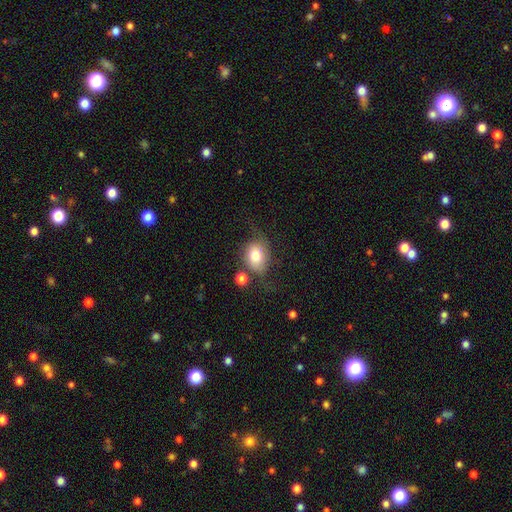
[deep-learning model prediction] smooth_or_featured: smooth (p=0.71) [alt: featured or disk p=0.20]
how_rounded: in between (p=0.52) [alt: round p=0.47]
merging: none (p=0.48) [alt: minor disturbance p=0.26]